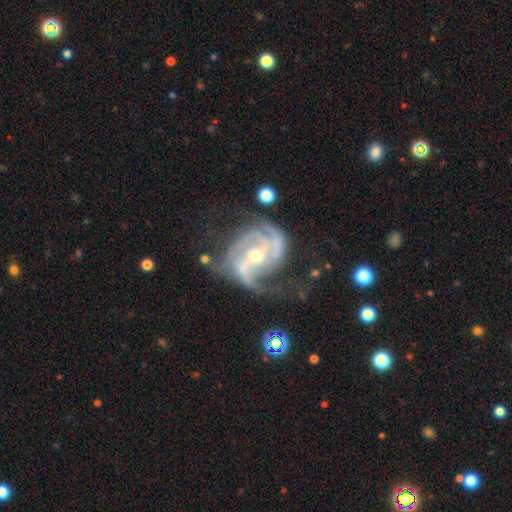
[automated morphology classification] Smooth or featured? featured or disk (89%)
Edge-on disk? no (97%)
Bar? no (39%)
Spiral arms? yes (96%)
Spiral winding? medium (47%)
Spiral arm count? 2 (37%)
Bulge size? small (59%)
Merging? none (45%)